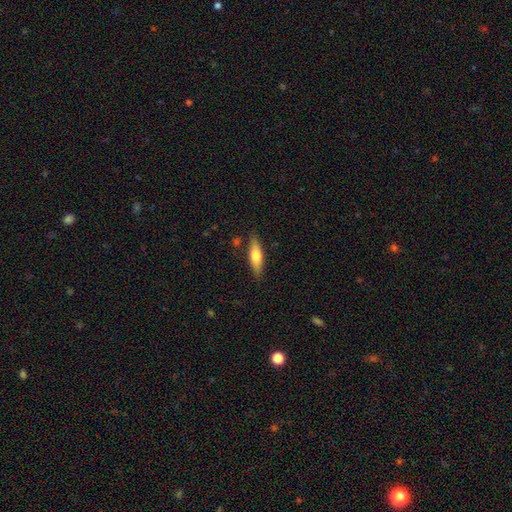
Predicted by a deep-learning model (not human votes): Smooth or featured? smooth (63%)
How rounded? cigar-shaped (57%)
Merging? none (83%)